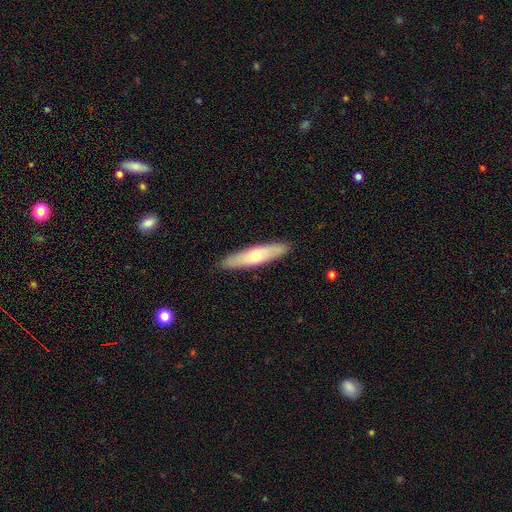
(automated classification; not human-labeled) Overall: smooth (55%; featured or disk 40%). How rounded: cigar-shaped (78%). Merging: none (90%).